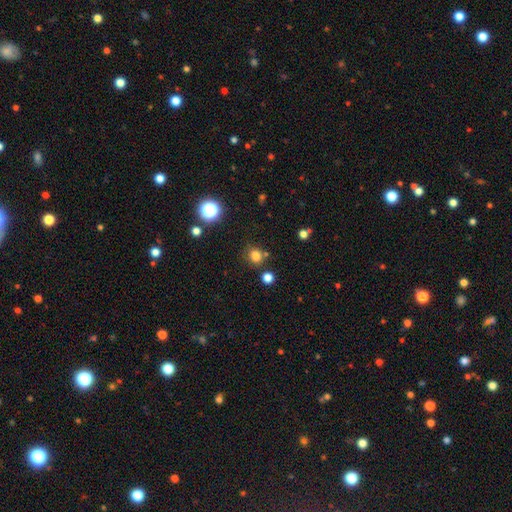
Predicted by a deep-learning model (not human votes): The model was most divided on "smooth or featured": smooth: 78%, star or artifact: 16%, featured or disk: 6%. More confident: how rounded — round (81%); merging — none (77%).